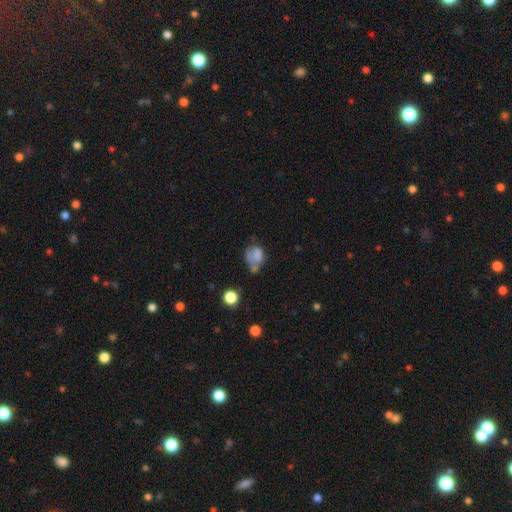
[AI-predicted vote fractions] smooth_or_featured: smooth (p=0.61) [alt: featured or disk p=0.26]
how_rounded: in between (p=0.60) [alt: round p=0.38]
merging: major disturbance (p=0.28) [alt: none p=0.26]